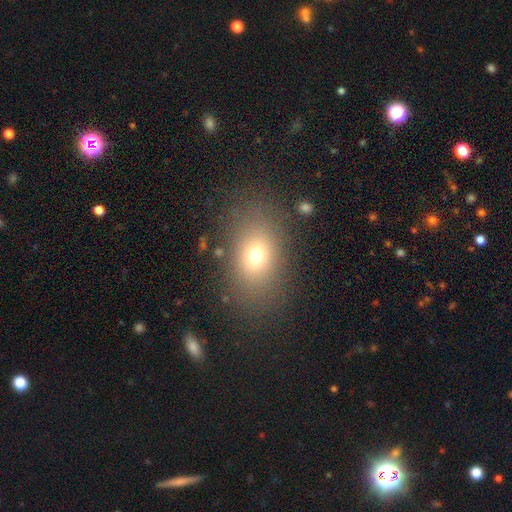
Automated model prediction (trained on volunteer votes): Smooth or featured? smooth (70%)
How rounded? in between (72%)
Merging? none (81%)